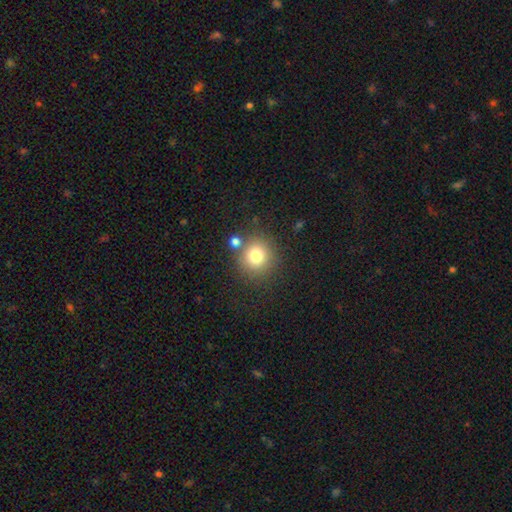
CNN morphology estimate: Overall: smooth (78%). How rounded: round (90%). Merging: none (75%).